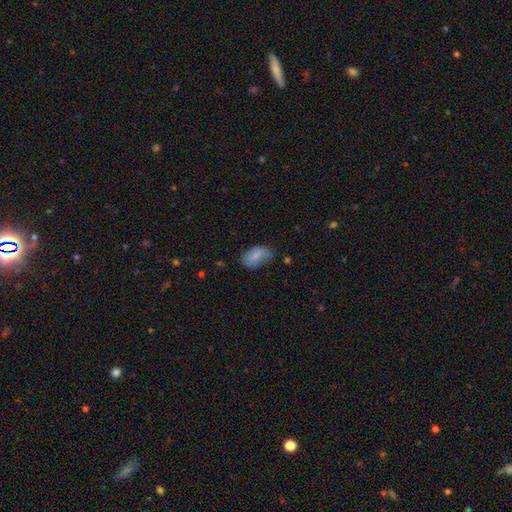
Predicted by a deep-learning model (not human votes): A smooth galaxy with no disk features (77%) that is in between round and cigar-shaped (92%). Merging: none (54%).